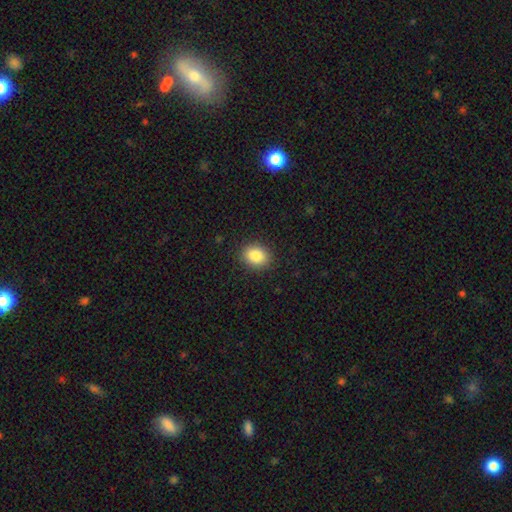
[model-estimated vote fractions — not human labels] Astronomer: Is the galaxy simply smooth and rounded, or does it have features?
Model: smooth — 86%.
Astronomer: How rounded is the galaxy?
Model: in between — 53% (runner-up: round, 46%).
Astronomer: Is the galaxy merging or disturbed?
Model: none — 89%.